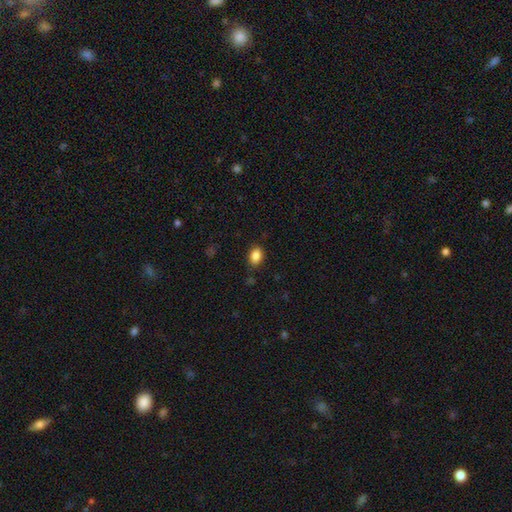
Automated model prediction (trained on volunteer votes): Smooth or featured? smooth (87%)
How rounded? in between (79%)
Merging? none (83%)